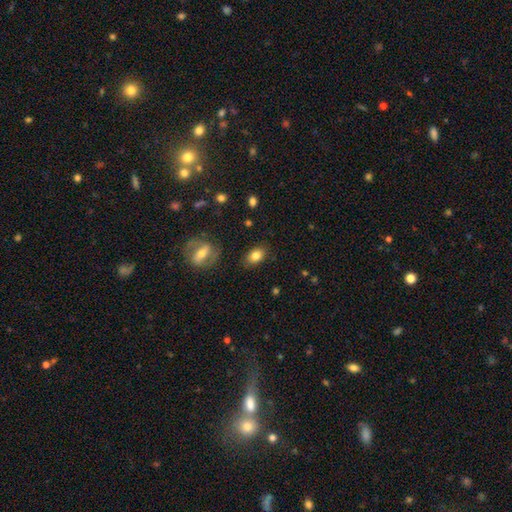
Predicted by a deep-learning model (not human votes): A smooth galaxy with no disk features (80%) that is in between round and cigar-shaped (83%).

Vote fractions:
- Smooth or featured? smooth: 80% / featured or disk: 12% / star or artifact: 8%
- How rounded? in between: 83% / round: 15% / cigar-shaped: 2%
- Merging? none: 84% / minor disturbance: 11% / major disturbance: 3% / merger: 2%